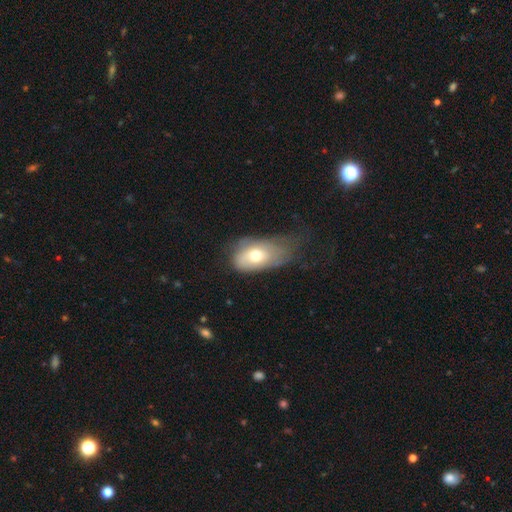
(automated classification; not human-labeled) This is likely a smooth galaxy (64%). How rounded: clearly in between (88%). Merging: marginally minor disturbance (38%).